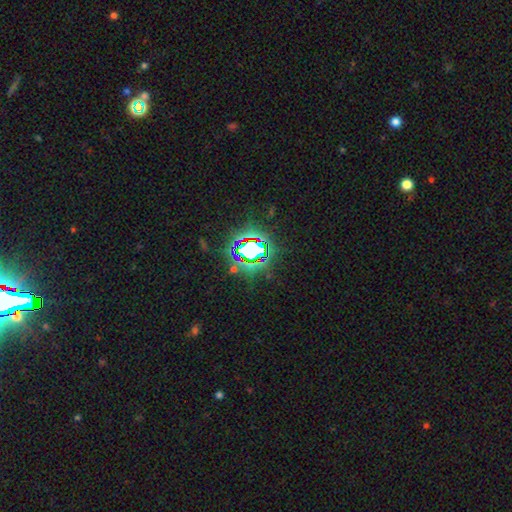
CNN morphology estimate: smooth-or-featured: star or artifact: 72% | smooth: 16% | featured or disk: 12%